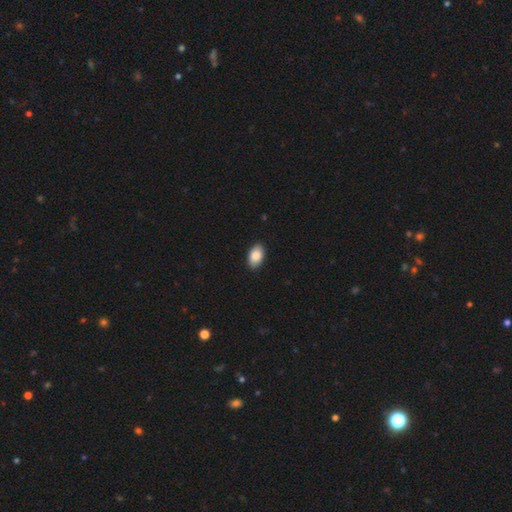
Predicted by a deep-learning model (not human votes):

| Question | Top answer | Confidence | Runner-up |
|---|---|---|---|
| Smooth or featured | smooth | 88% | star or artifact (6%) |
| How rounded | in between | 93% | round (5%) |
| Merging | none | 89% | minor disturbance (8%) |